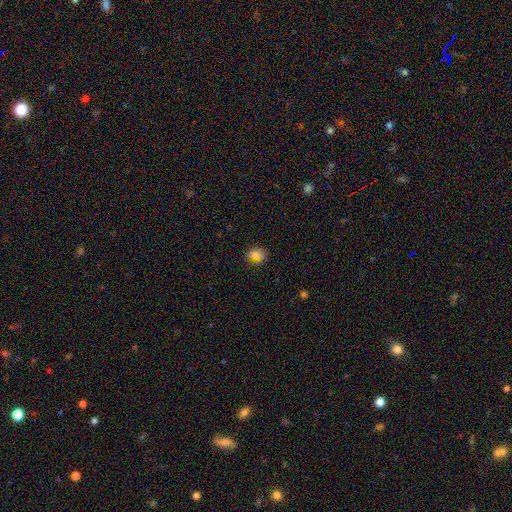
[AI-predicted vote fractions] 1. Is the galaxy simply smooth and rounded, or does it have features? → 75% smooth, 16% star or artifact, 9% featured or disk.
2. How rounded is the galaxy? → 55% in between, 43% round, 3% cigar-shaped.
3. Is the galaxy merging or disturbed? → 79% none, 15% minor disturbance, 4% major disturbance, 2% merger.